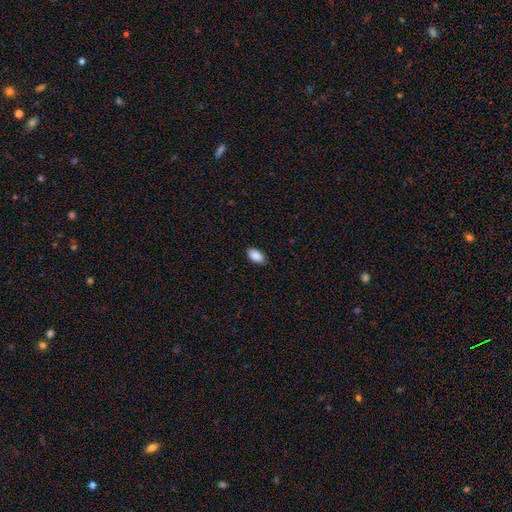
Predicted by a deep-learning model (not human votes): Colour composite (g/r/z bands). It shows a smooth galaxy with no disk features (90%) that is in between round and cigar-shaped (94%). Merging: none (86%).